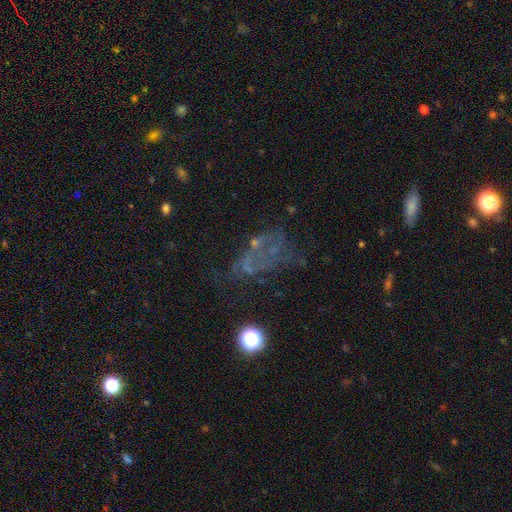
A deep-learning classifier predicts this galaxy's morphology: smooth_or_featured: star or artifact (p=0.39) [alt: featured or disk p=0.33]